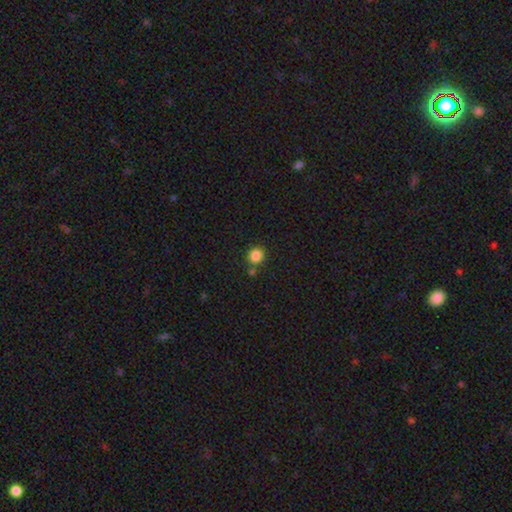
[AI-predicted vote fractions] Smooth or featured? smooth (85%)
How rounded? round (84%)
Merging? none (75%)